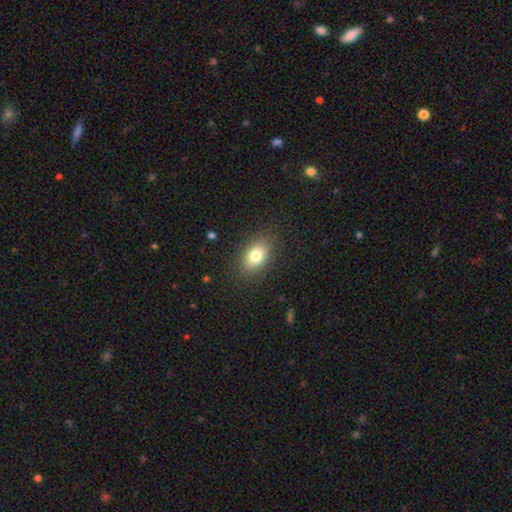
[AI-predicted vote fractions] This appears to be a smooth galaxy with no disk features (79%) that is in between round and cigar-shaped (83%). Merging: none (86%).